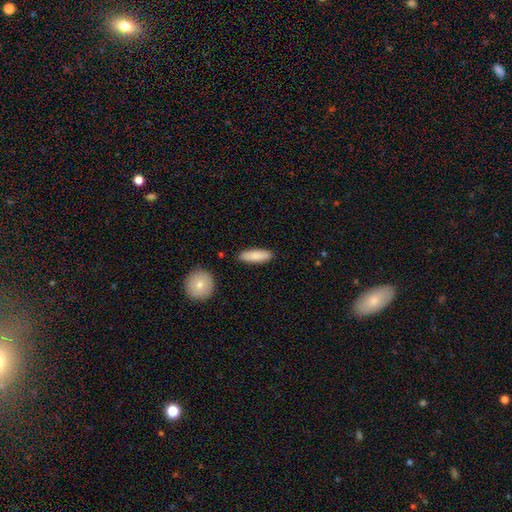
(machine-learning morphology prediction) Smooth or featured? smooth (85%)
How rounded? in between (52%)
Merging? none (86%)